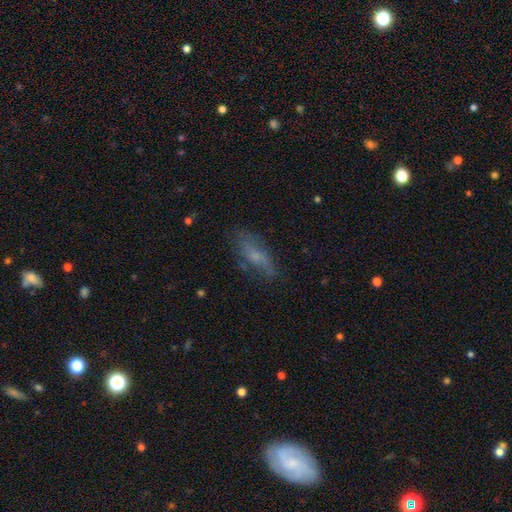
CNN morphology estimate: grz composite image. It shows a smooth galaxy with no disk features (53%) that is in between round and cigar-shaped (55%). Merging: none (64%).